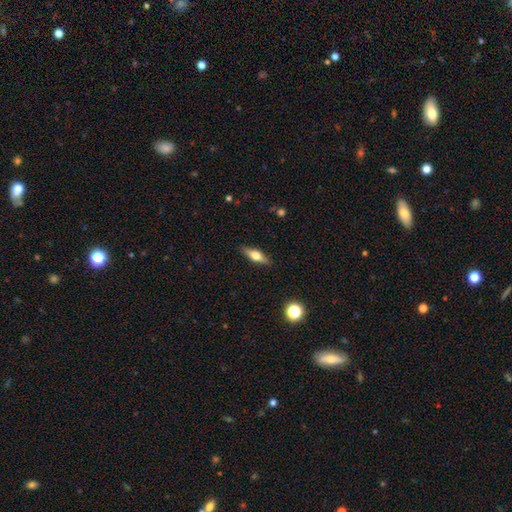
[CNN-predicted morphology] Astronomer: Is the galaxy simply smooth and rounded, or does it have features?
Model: smooth — 52% (runner-up: featured or disk, 40%).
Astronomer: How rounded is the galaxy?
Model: cigar-shaped — 50% (runner-up: in between, 46%).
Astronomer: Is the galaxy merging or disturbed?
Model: none — 88%.